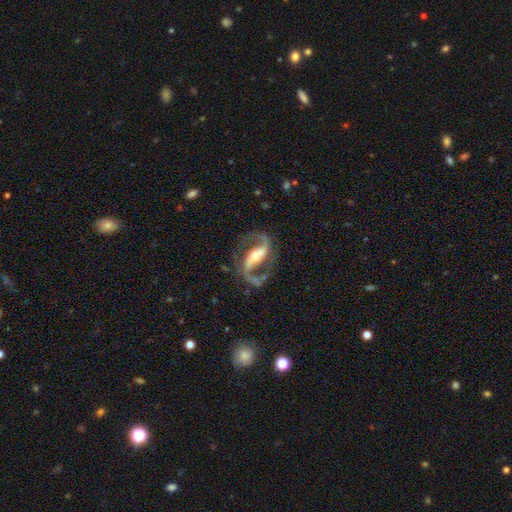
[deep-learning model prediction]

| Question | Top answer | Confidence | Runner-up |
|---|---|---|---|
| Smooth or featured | featured or disk | 92% | star or artifact (4%) |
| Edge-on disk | no | 96% | yes (4%) |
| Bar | strong | 57% | weak (27%) |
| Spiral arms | yes | 97% | no (3%) |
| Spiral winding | medium | 49% | loose (42%) |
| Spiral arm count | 2 | 94% | 1 (2%) |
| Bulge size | moderate | 56% | small (33%) |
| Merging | none | 75% | minor disturbance (13%) |